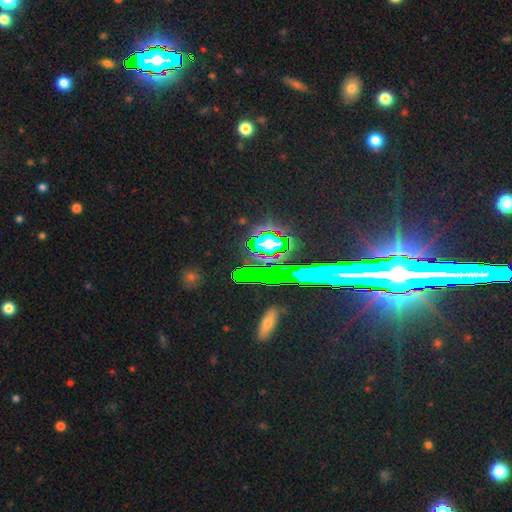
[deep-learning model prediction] smooth-or-featured: star or artifact: 80% | featured or disk: 11% | smooth: 9%